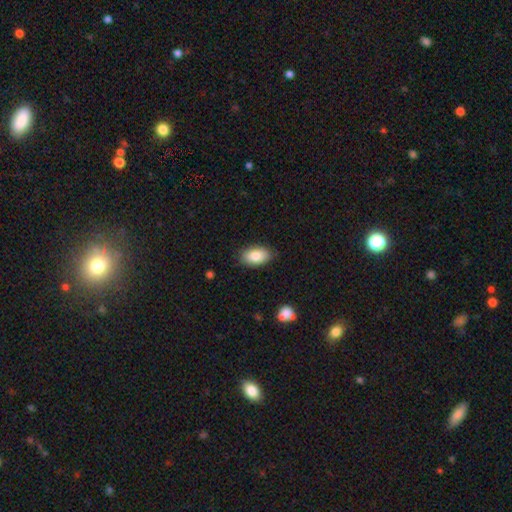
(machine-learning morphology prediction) A smooth galaxy with no disk features (87%) that is in between round and cigar-shaped (93%).

Vote fractions:
- Smooth or featured? smooth: 87% / star or artifact: 7% / featured or disk: 6%
- How rounded? in between: 93% / round: 5% / cigar-shaped: 2%
- Merging? none: 85% / minor disturbance: 11% / major disturbance: 2% / merger: 1%